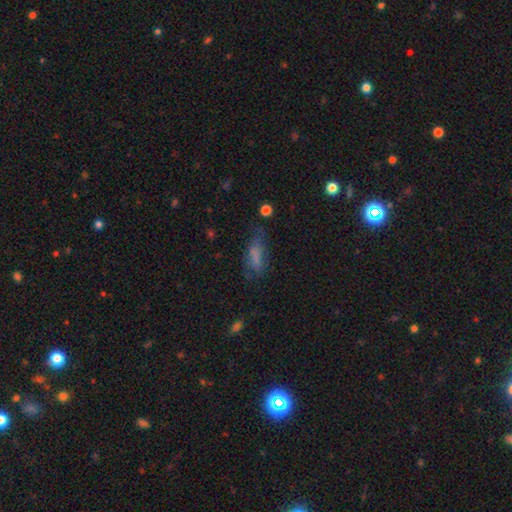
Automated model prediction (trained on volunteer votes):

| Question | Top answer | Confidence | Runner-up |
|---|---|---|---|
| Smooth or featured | smooth | 65% | featured or disk (21%) |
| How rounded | in between | 62% | cigar-shaped (34%) |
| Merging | none | 48% | minor disturbance (29%) |